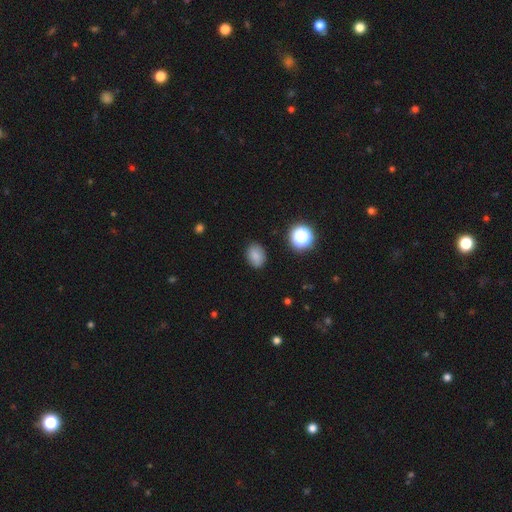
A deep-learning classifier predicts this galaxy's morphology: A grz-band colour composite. It shows a smooth galaxy with no disk features (79%) that is in between round and cigar-shaped (64%). Merging: none (83%).